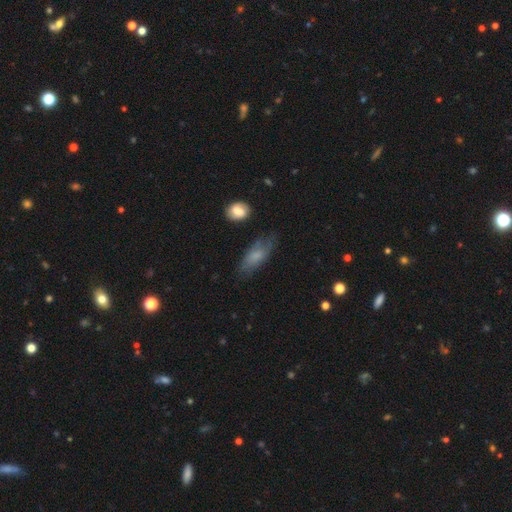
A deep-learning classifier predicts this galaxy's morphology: This appears to be a smooth galaxy with no disk features (73%) that is in between round and cigar-shaped (78%). Merging: none (63%).